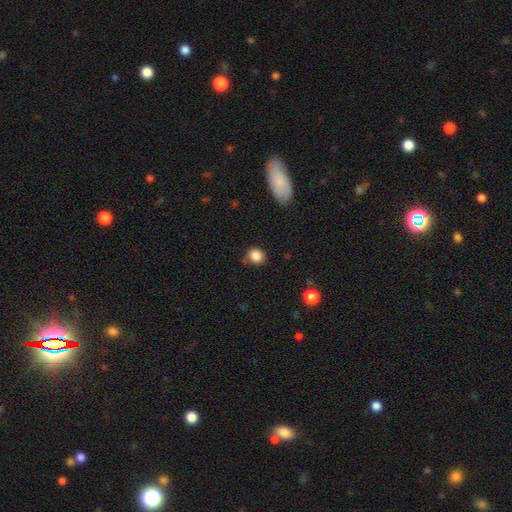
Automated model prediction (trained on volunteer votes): smooth_or_featured: smooth (p=0.86) [alt: star or artifact p=0.10]
how_rounded: round (p=0.78) [alt: in between p=0.21]
merging: none (p=0.79) [alt: minor disturbance p=0.14]